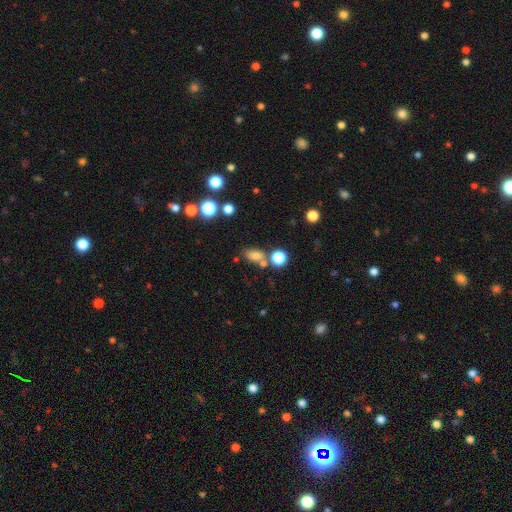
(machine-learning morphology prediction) Q: Smooth or featured?
A: smooth (74%); runner-up: star or artifact (17%)
Q: How rounded?
A: in between (76%); runner-up: round (20%)
Q: Merging?
A: none (61%); runner-up: merger (20%)